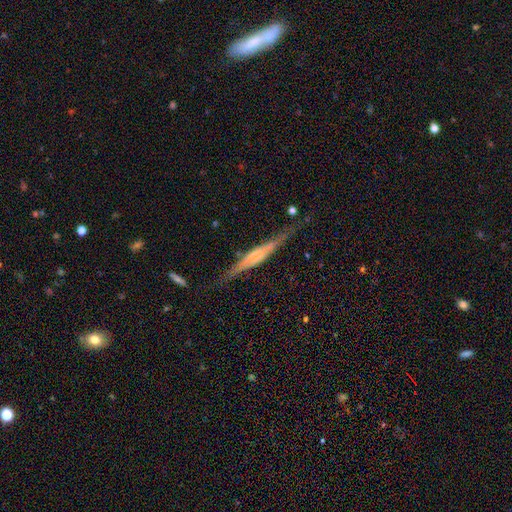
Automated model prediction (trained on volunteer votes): This appears to be a featured or disk galaxy (71%) viewed edge-on (96%) with a rounded central bulge (47%). Merging: none (78%).